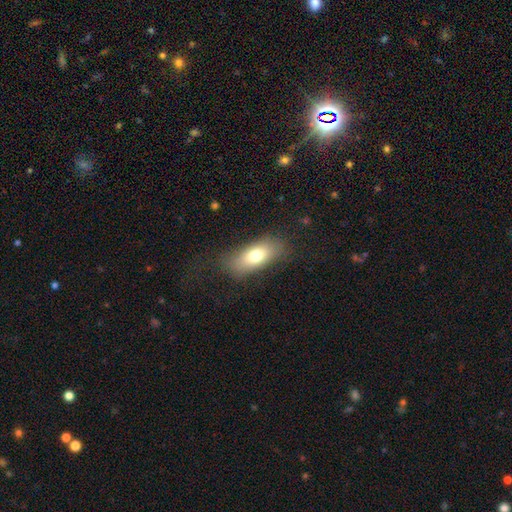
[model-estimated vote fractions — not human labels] smooth_or_featured: smooth (p=0.75) [alt: featured or disk p=0.17]
how_rounded: in between (p=0.81) [alt: cigar-shaped p=0.15]
merging: none (p=0.76) [alt: minor disturbance p=0.16]